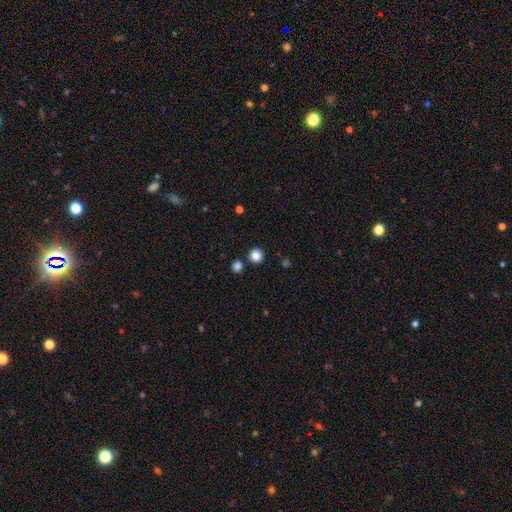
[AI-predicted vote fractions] Smooth or featured: smooth — 84% (star or artifact — 12%)
How rounded: round — 94% (in between — 5%)
Merging: none — 88% (merger — 5%)